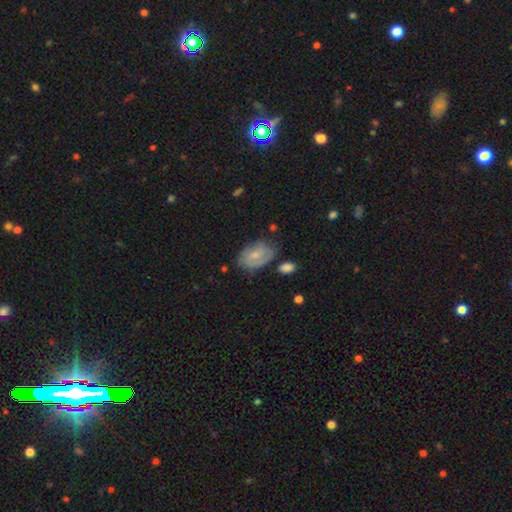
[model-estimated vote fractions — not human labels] Smooth or featured: featured or disk — 60% (smooth — 33%)
Edge-on disk: no — 96% (yes — 4%)
Bar: no — 60% (weak — 35%)
Spiral arms: yes — 82% (no — 18%)
Bulge size: small — 57% (moderate — 35%)
Merging: none — 62% (minor disturbance — 26%)